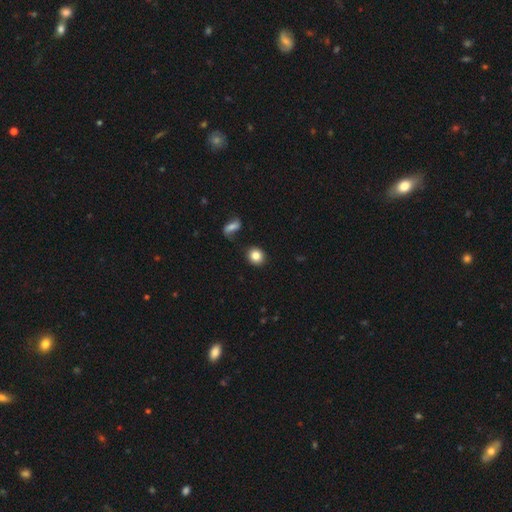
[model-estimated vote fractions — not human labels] smooth_or_featured: smooth (p=0.83) [alt: star or artifact p=0.09]
how_rounded: round (p=0.80) [alt: in between p=0.19]
merging: none (p=0.85) [alt: minor disturbance p=0.09]